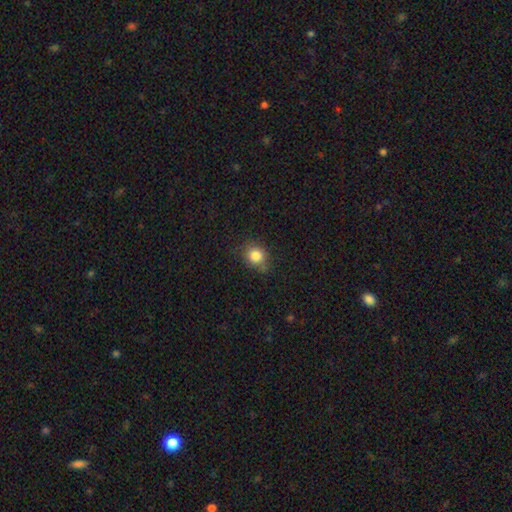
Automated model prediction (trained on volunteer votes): Overall: smooth (83%). How rounded: round (79%). Merging: none (76%).